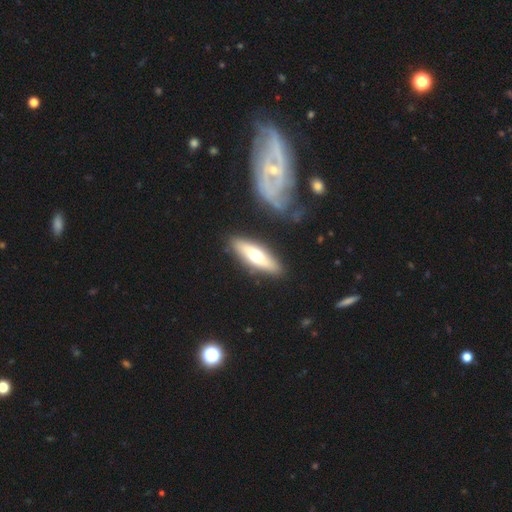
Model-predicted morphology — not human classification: Smooth or featured?
  - smooth: 52% *
  - featured or disk: 43%
  - star or artifact: 5%
How rounded?
  - cigar-shaped: 56% *
  - in between: 42%
  - round: 2%
Merging?
  - none: 84% *
  - minor disturbance: 10%
  - merger: 4%
  - major disturbance: 2%